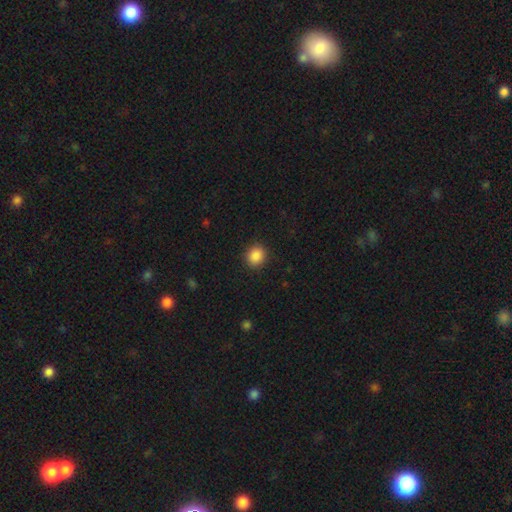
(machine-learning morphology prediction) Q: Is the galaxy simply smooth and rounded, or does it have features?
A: smooth — 88%.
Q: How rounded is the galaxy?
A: round — 75%.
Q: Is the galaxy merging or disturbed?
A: none — 90%.